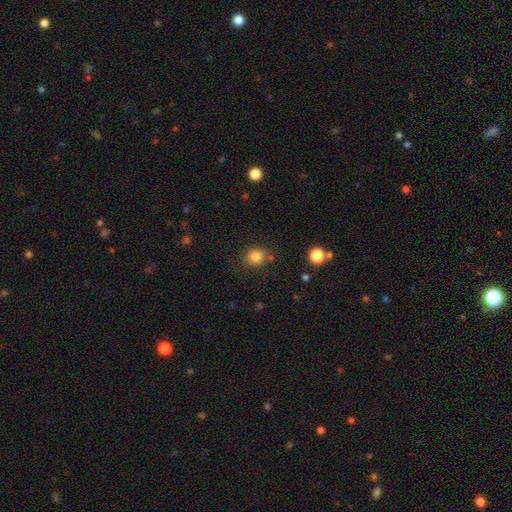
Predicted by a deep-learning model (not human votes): The model was most divided on "how rounded": round: 78%, in between: 21%, cigar-shaped: 1%. More confident: smooth or featured — smooth (83%); merging — none (79%).